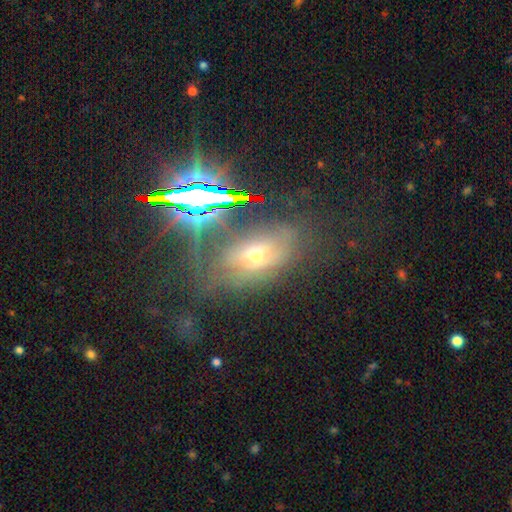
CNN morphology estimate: Q: Smooth or featured?
A: smooth (44%); runner-up: star or artifact (29%)
Q: Merging?
A: none (59%); runner-up: minor disturbance (20%)